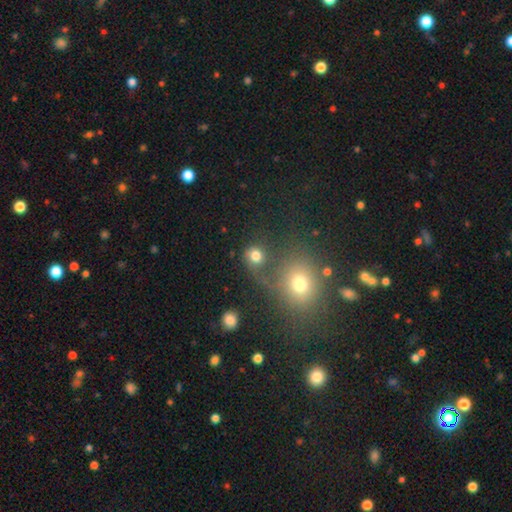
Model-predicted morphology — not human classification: A smooth galaxy with no disk features (76%) that is round (80%).

Vote fractions:
- Smooth or featured? smooth: 76% / star or artifact: 14% / featured or disk: 10%
- How rounded? round: 80% / in between: 19% / cigar-shaped: 1%
- Merging? none: 53% / merger: 23% / minor disturbance: 12% / major disturbance: 12%